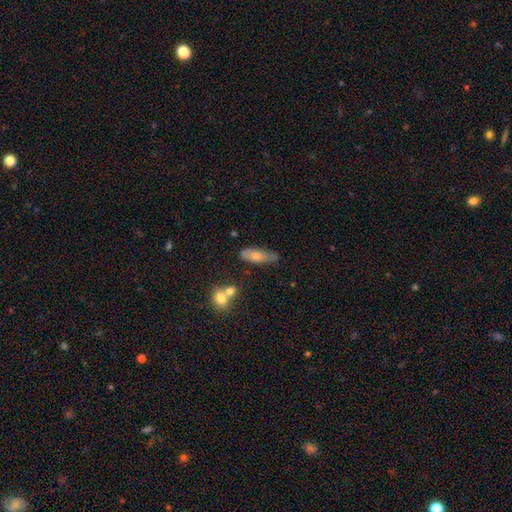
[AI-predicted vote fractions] A smooth galaxy with no disk features (70%) that is in between round and cigar-shaped (58%).

Vote fractions:
- Smooth or featured? smooth: 70% / featured or disk: 23% / star or artifact: 7%
- How rounded? in between: 58% / cigar-shaped: 39% / round: 2%
- Merging? none: 51% / minor disturbance: 32% / major disturbance: 9% / merger: 8%